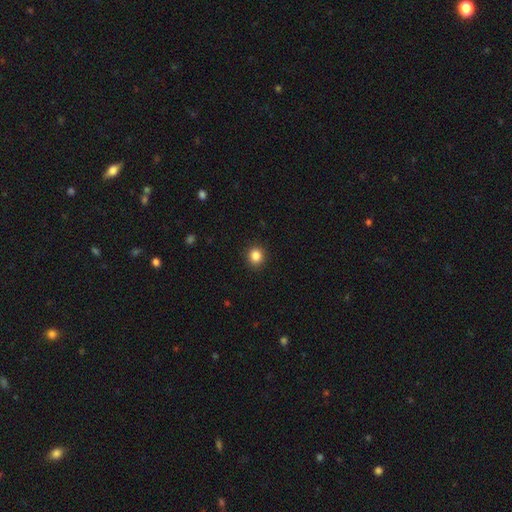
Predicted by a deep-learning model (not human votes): This appears to be a smooth galaxy with no disk features (86%) that is round (79%). Merging: none (91%).